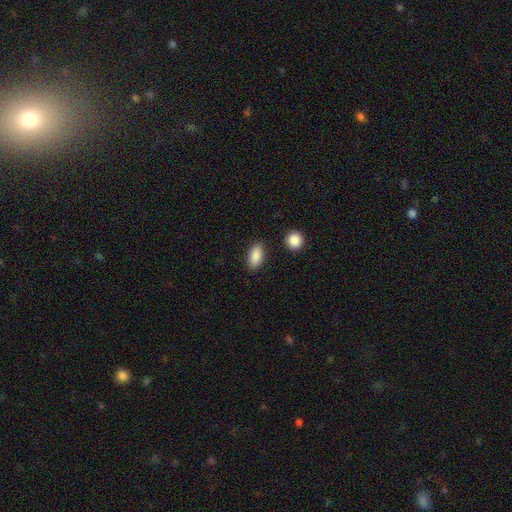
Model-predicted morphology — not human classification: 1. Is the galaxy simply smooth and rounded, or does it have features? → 88% smooth, 7% star or artifact, 5% featured or disk.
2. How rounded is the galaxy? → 90% in between, 6% cigar-shaped, 5% round.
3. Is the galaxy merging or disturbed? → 85% none, 10% minor disturbance, 3% merger, 3% major disturbance.